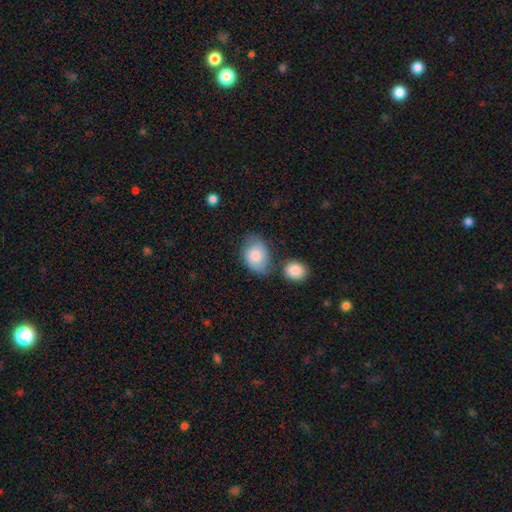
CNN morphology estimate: This appears to be a smooth galaxy with no disk features (78%) that is in between round and cigar-shaped (72%). Merging: none (52%).